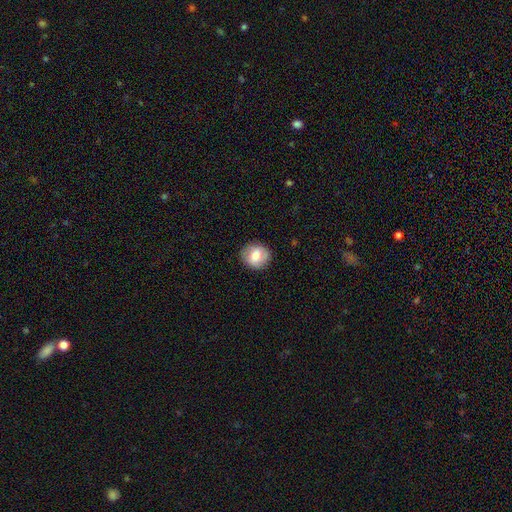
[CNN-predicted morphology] This is likely a smooth galaxy (70%). How rounded: clearly round (82%). Merging: clearly none (85%).